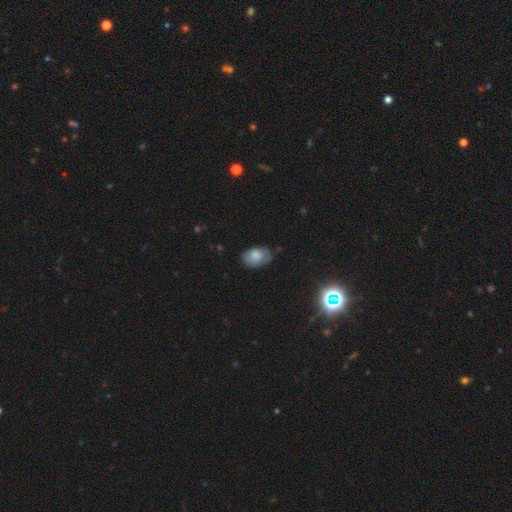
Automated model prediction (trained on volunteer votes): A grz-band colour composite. It shows a smooth galaxy with no disk features (81%) that is in between round and cigar-shaped (86%). Merging: none (72%).